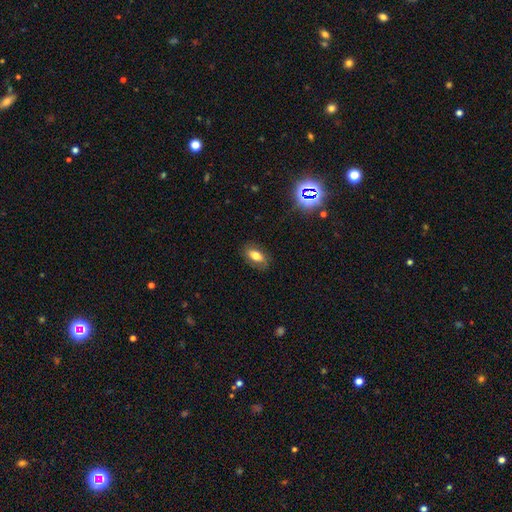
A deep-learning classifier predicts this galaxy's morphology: A smooth galaxy with no disk features (72%) that is in between round and cigar-shaped (87%). Merging: none (83%).